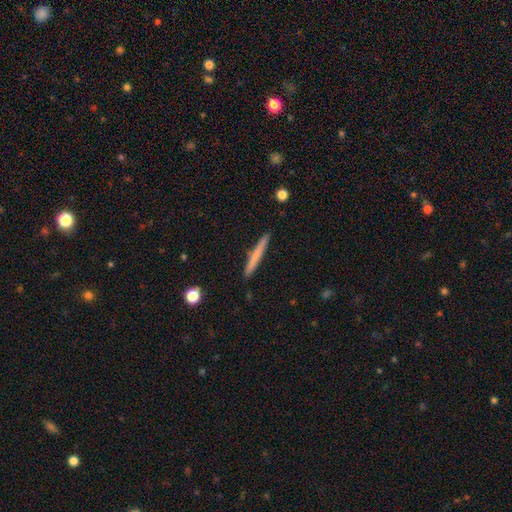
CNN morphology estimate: smooth-or-featured: smooth: 66% | featured or disk: 29% | star or artifact: 5%
  how-rounded: cigar-shaped: 97% | in between: 2% | round: 1%
  merging: none: 91% | minor disturbance: 6% | major disturbance: 1% | merger: 1%